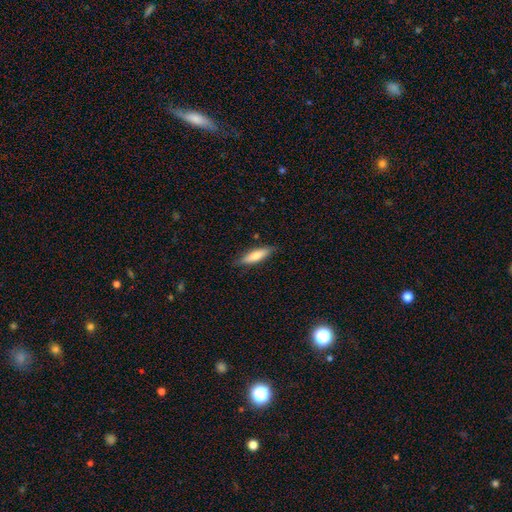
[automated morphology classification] A smooth galaxy with no disk features (71%) that is cigar-shaped (59%).

Vote fractions:
- Smooth or featured? smooth: 71% / featured or disk: 23% / star or artifact: 6%
- How rounded? cigar-shaped: 59% / in between: 40% / round: 2%
- Merging? none: 84% / minor disturbance: 13% / major disturbance: 2% / merger: 1%